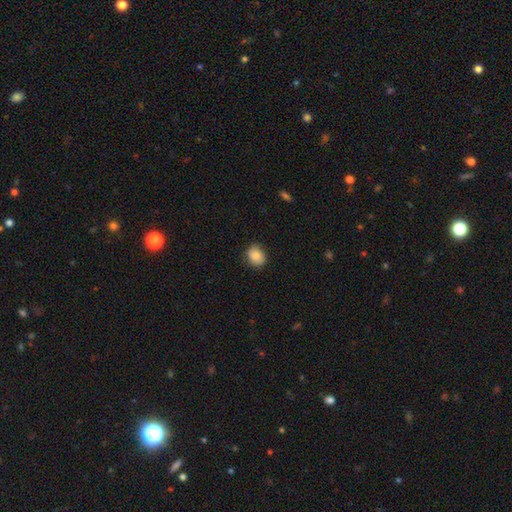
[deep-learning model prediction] Q: Smooth or featured?
A: smooth (84%); runner-up: featured or disk (9%)
Q: How rounded?
A: round (56%); runner-up: in between (44%)
Q: Merging?
A: none (79%); runner-up: minor disturbance (16%)